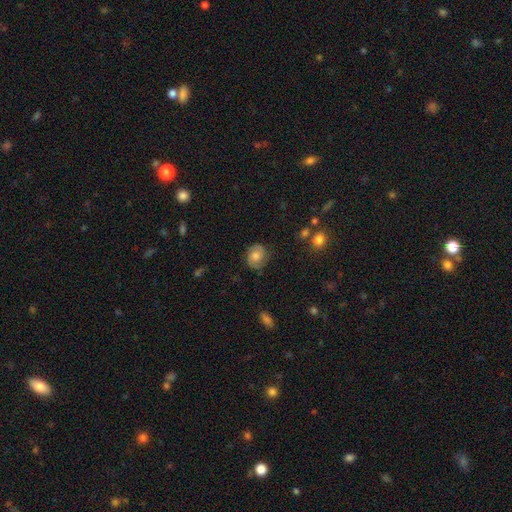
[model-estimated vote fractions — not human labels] smooth-or-featured: smooth: 52% | featured or disk: 39% | star or artifact: 9%
  how-rounded: round: 60% | in between: 39% | cigar-shaped: 1%
  merging: none: 76% | minor disturbance: 17% | major disturbance: 5% | merger: 1%